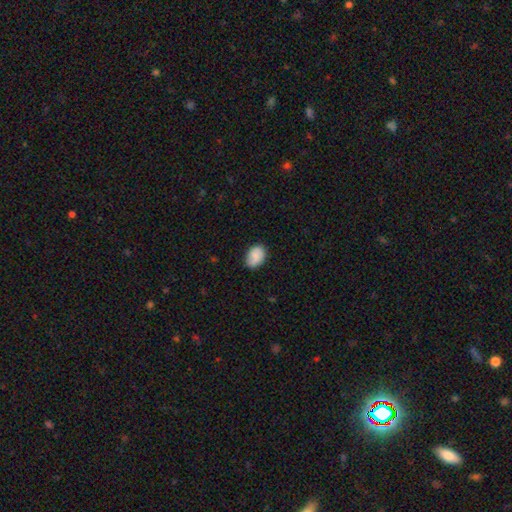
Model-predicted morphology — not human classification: A smooth galaxy with no disk features (83%) that is in between round and cigar-shaped (77%). Merging: none (77%).